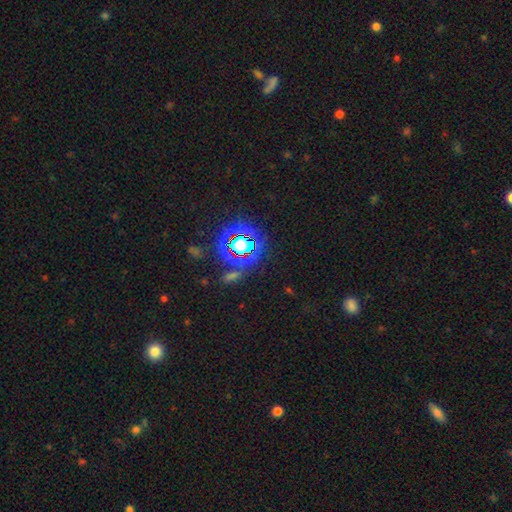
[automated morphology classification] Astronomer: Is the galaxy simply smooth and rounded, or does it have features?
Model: star or artifact — 78%.